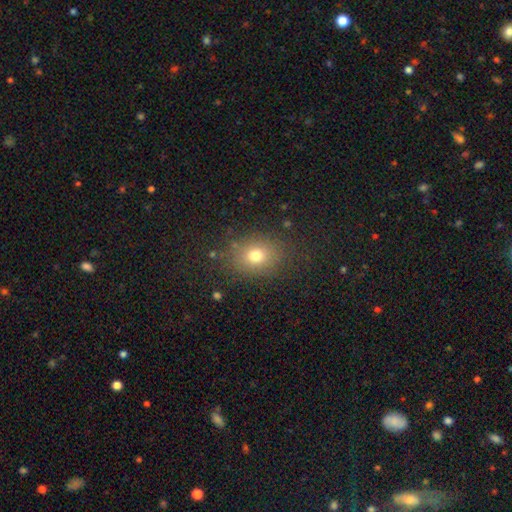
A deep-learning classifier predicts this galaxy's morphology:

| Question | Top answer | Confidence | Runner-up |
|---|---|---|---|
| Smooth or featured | smooth | 74% | star or artifact (15%) |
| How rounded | in between | 50% | round (49%) |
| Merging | none | 82% | minor disturbance (11%) |